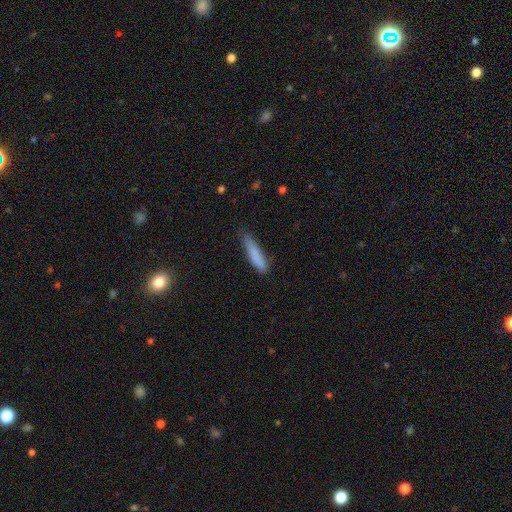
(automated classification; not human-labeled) This appears to be a smooth galaxy with no disk features (82%) that is cigar-shaped (87%). Merging: none (68%).